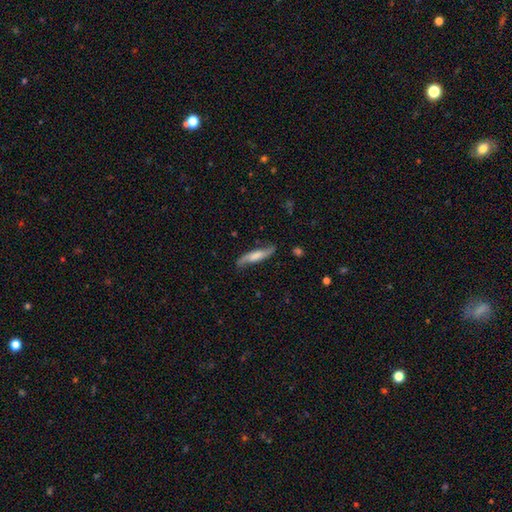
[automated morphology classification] Q: Smooth or featured?
A: featured or disk (48%); runner-up: smooth (46%)
Q: Merging?
A: none (75%); runner-up: minor disturbance (18%)